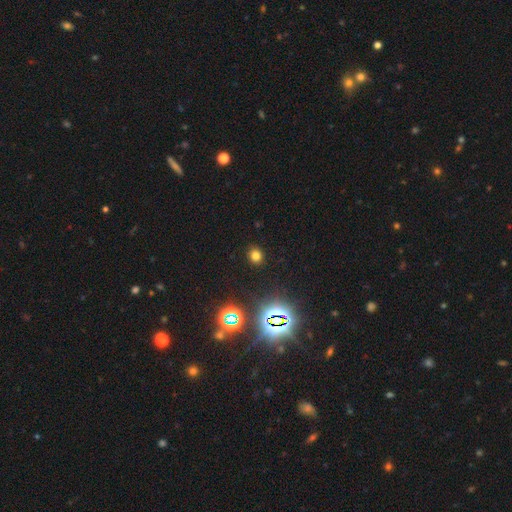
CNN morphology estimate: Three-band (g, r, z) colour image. It shows a smooth galaxy with no disk features (70%) that is round (75%). Merging: none (90%).